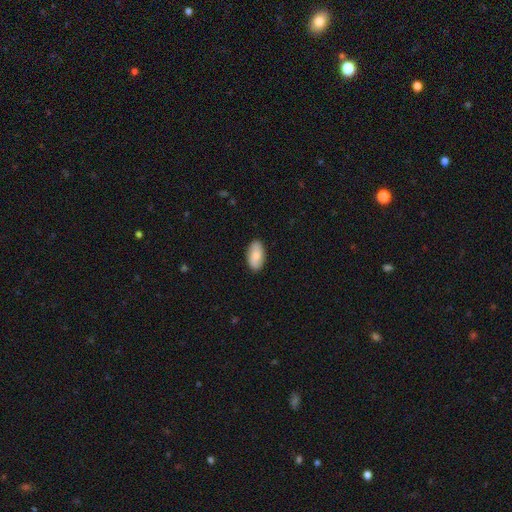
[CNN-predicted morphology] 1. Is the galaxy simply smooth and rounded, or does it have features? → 77% smooth, 17% featured or disk, 6% star or artifact.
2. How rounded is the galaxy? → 94% in between, 3% cigar-shaped, 3% round.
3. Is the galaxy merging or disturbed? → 88% none, 9% minor disturbance, 2% major disturbance, 1% merger.